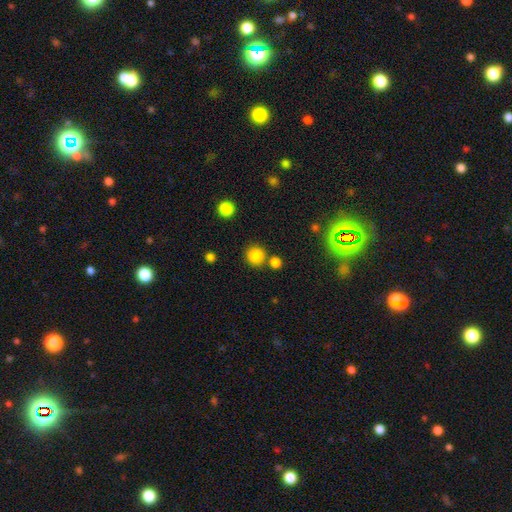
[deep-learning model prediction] Smooth or featured: smooth — 84% (star or artifact — 12%)
How rounded: round — 91% (in between — 8%)
Merging: none — 73% (merger — 15%)